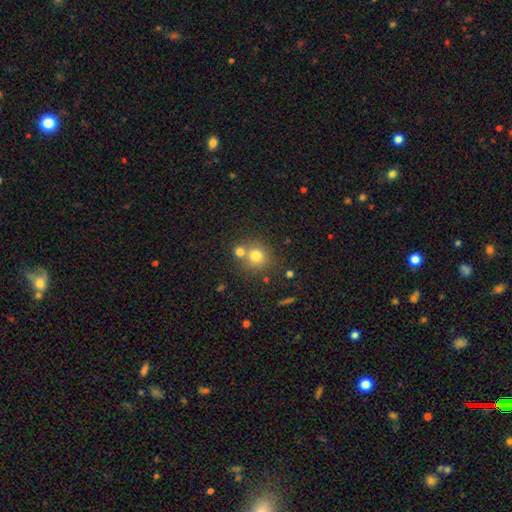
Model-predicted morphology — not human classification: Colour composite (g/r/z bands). It shows a smooth galaxy with no disk features (76%) that is round (89%). Merging: none (58%).